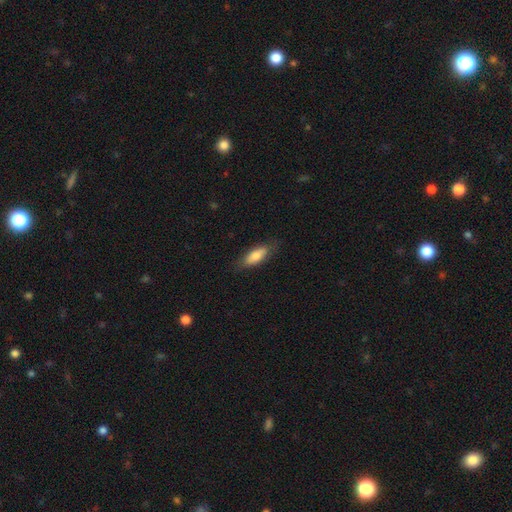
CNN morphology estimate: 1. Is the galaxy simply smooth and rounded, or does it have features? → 77% smooth, 17% featured or disk, 6% star or artifact.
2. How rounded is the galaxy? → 64% in between, 34% cigar-shaped, 2% round.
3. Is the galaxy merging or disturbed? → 80% none, 16% minor disturbance, 4% major disturbance, 1% merger.